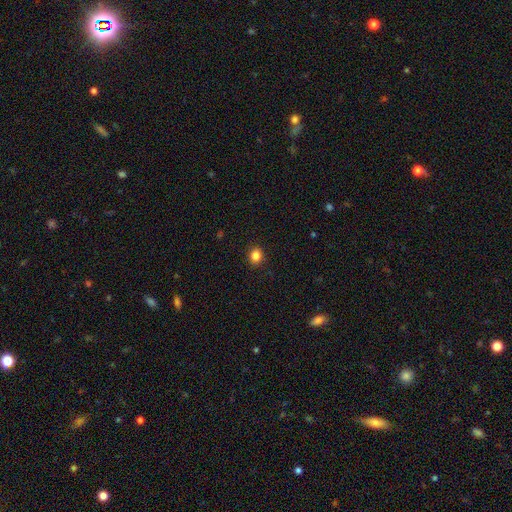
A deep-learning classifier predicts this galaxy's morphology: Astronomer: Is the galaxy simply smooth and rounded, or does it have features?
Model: smooth — 84%.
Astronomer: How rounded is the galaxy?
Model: round — 73%.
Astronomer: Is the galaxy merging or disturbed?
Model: none — 91%.